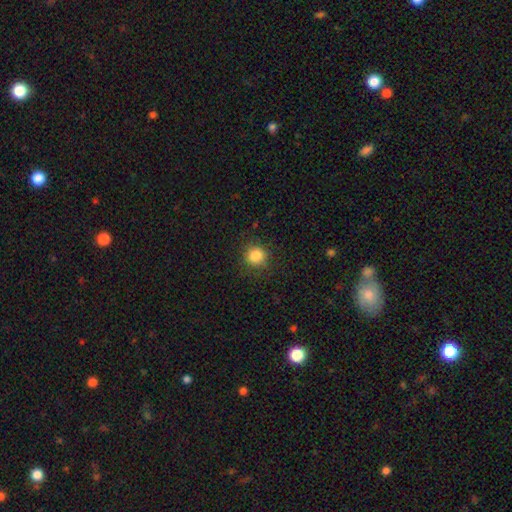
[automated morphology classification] smooth_or_featured: smooth (p=0.85) [alt: star or artifact p=0.11]
how_rounded: round (p=0.91) [alt: in between p=0.08]
merging: none (p=0.88) [alt: minor disturbance p=0.08]